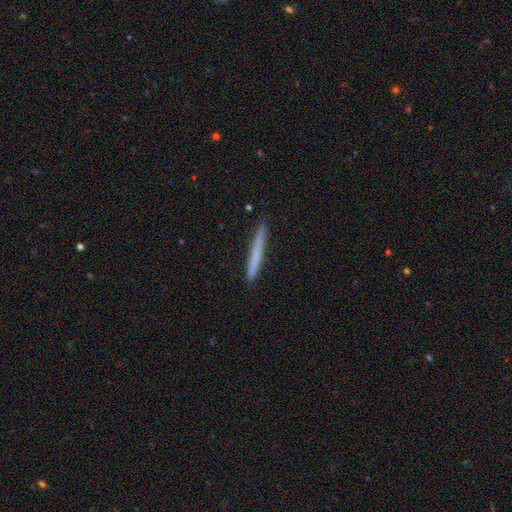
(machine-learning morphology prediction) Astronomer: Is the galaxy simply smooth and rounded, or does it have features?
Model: smooth — 66%.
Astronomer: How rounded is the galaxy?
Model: cigar-shaped — 97%.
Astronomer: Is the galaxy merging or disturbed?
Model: none — 91%.